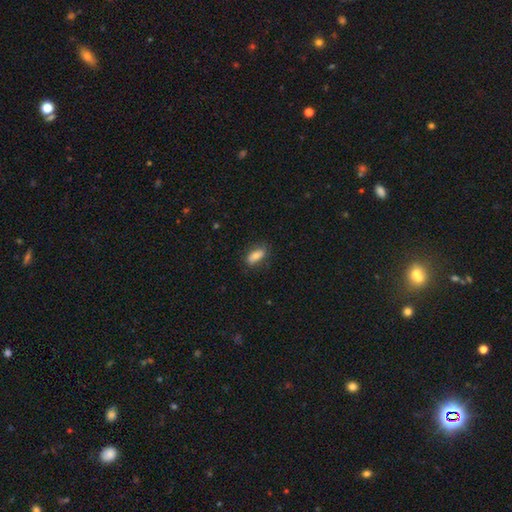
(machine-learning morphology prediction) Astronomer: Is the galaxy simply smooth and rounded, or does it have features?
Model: smooth — 75%.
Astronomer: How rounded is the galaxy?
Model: in between — 80%.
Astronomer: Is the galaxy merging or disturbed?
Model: none — 79%.